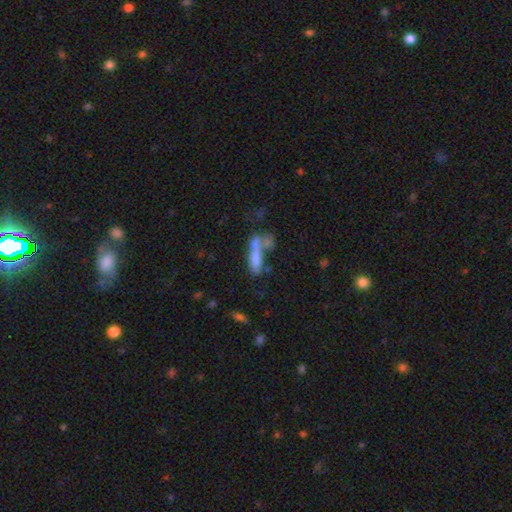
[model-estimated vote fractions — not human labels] smooth_or_featured: smooth (p=0.63) [alt: featured or disk p=0.26]
how_rounded: cigar-shaped (p=0.55) [alt: in between p=0.41]
merging: merger (p=0.46) [alt: none p=0.30]